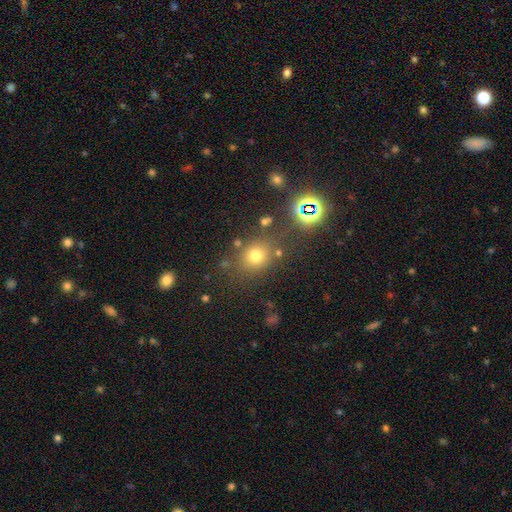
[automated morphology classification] A smooth galaxy with no disk features (70%) that is round (75%).

Vote fractions:
- Smooth or featured? smooth: 70% / star or artifact: 21% / featured or disk: 9%
- How rounded? round: 75% / in between: 24% / cigar-shaped: 1%
- Merging? none: 75% / minor disturbance: 12% / merger: 8% / major disturbance: 6%